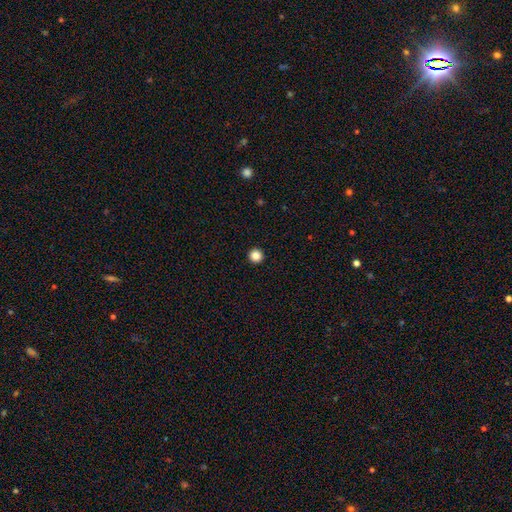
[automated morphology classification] A smooth galaxy with no disk features (86%) that is round (96%).

Vote fractions:
- Smooth or featured? smooth: 86% / star or artifact: 11% / featured or disk: 3%
- How rounded? round: 96% / in between: 3% / cigar-shaped: 1%
- Merging? none: 94% / minor disturbance: 3% / major disturbance: 1% / merger: 1%